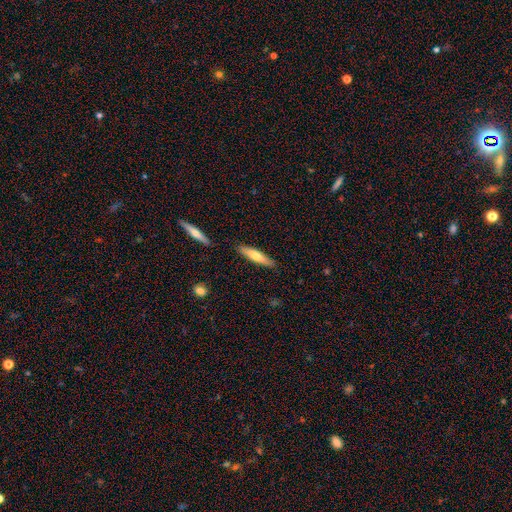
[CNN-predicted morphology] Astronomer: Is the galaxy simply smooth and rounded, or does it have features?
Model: smooth — 63%.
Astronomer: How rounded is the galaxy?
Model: cigar-shaped — 81%.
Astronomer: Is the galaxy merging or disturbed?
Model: none — 86%.